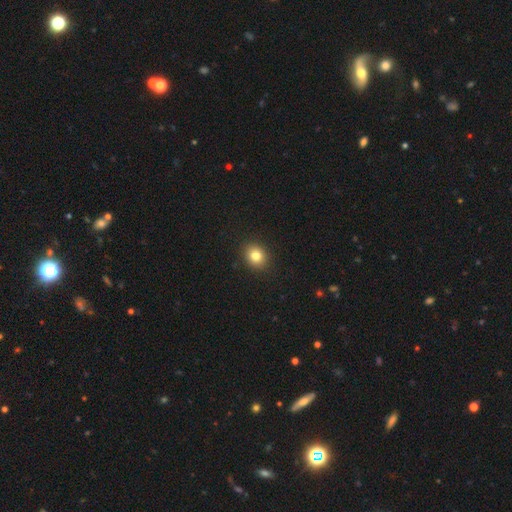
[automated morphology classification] Smooth or featured? smooth (82%)
How rounded? round (70%)
Merging? none (91%)